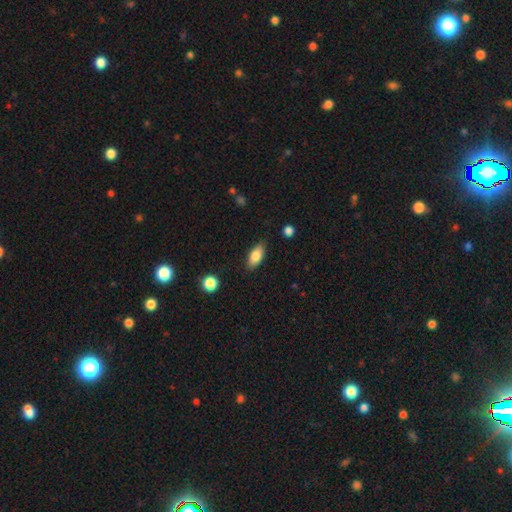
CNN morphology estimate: Smooth or featured? smooth (81%)
How rounded? in between (87%)
Merging? none (82%)